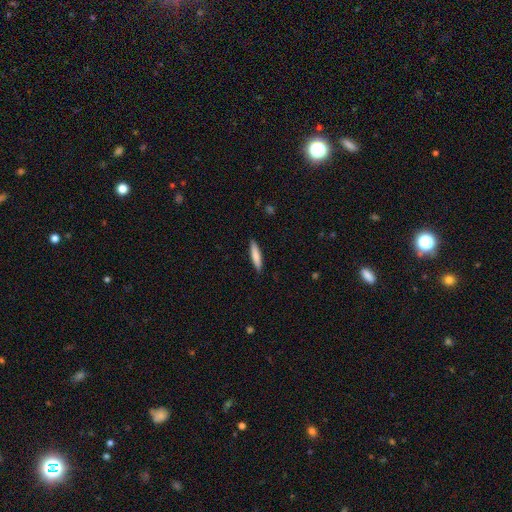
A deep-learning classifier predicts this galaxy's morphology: smooth_or_featured: smooth (p=0.80) [alt: featured or disk p=0.14]
how_rounded: cigar-shaped (p=0.86) [alt: in between p=0.13]
merging: none (p=0.90) [alt: minor disturbance p=0.07]